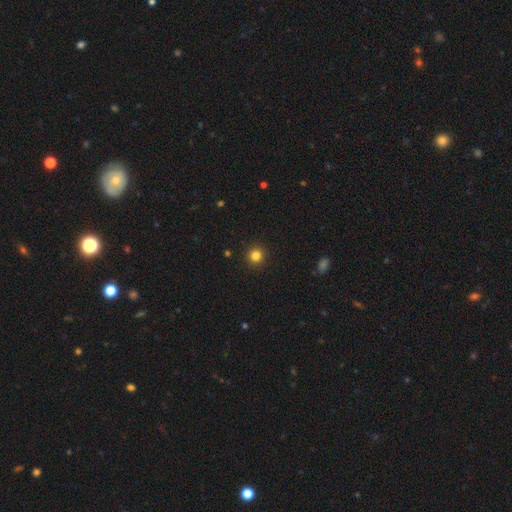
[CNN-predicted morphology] This appears to be a smooth galaxy with no disk features (82%) that is round (95%). Merging: none (93%).